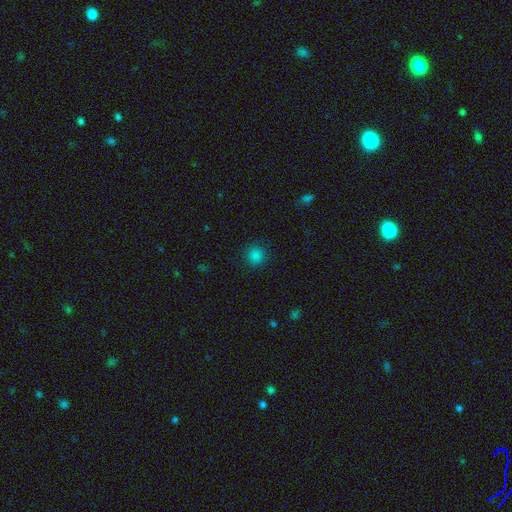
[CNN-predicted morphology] This appears to be a smooth galaxy with no disk features (83%) that is round (92%). Merging: none (90%).